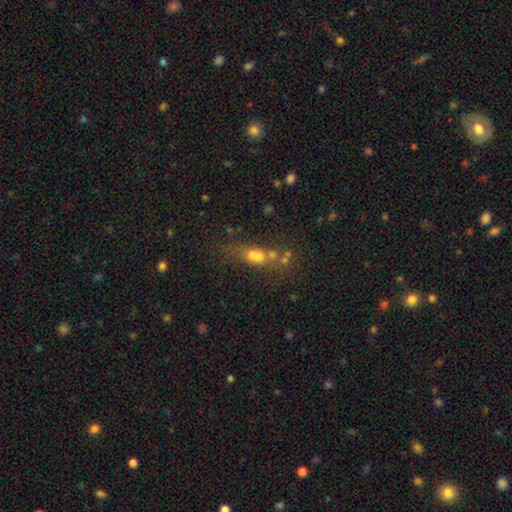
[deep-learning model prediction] A smooth galaxy with no disk features (53%) that is in between round and cigar-shaped (47%). Merging: merger (45%).